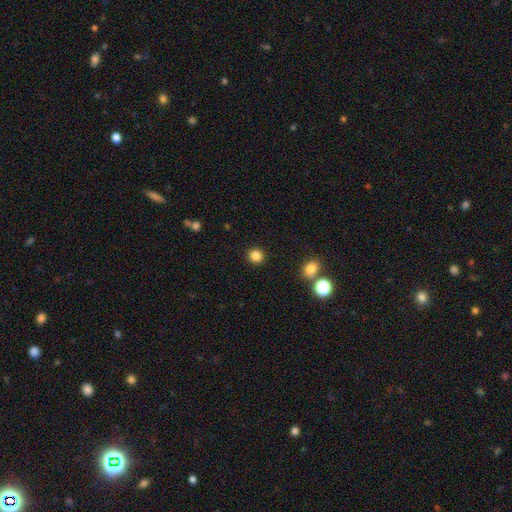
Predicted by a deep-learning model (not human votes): smooth_or_featured: smooth (p=0.84) [alt: star or artifact p=0.12]
how_rounded: round (p=0.91) [alt: in between p=0.08]
merging: none (p=0.91) [alt: minor disturbance p=0.05]